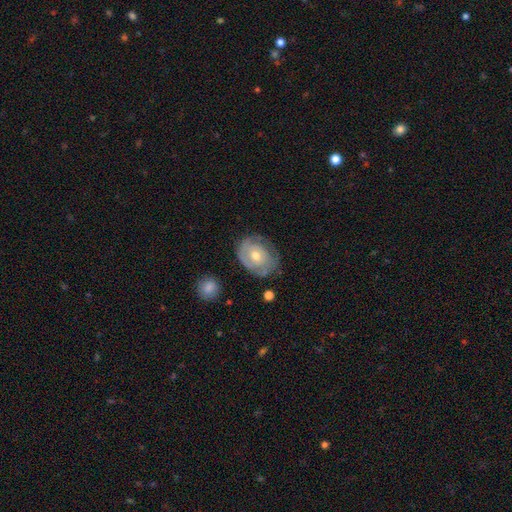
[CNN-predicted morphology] The model was most divided on "bulge size": moderate: 62%, small: 33%, large: 3%, none: 1%, dominant: 1%. More confident: edge-on disk — no (95%); bar — no (78%); spiral arms — yes (71%); merging — none (67%); smooth or featured — featured or disk (64%).